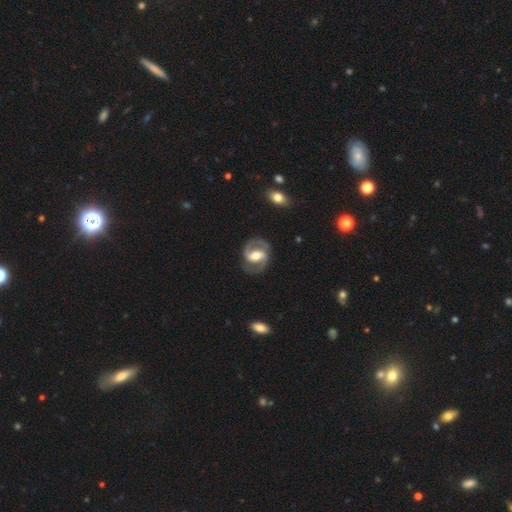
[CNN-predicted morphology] Overall: featured or disk (87%). Edge-on disk: no (98%). Bar: weak (41%; strong 40%). Spiral arms: yes (95%). Spiral arm count: 2 (93%). Spiral winding: medium (58%; tight 25%). Bulge size: moderate (65%). Merging: none (83%).